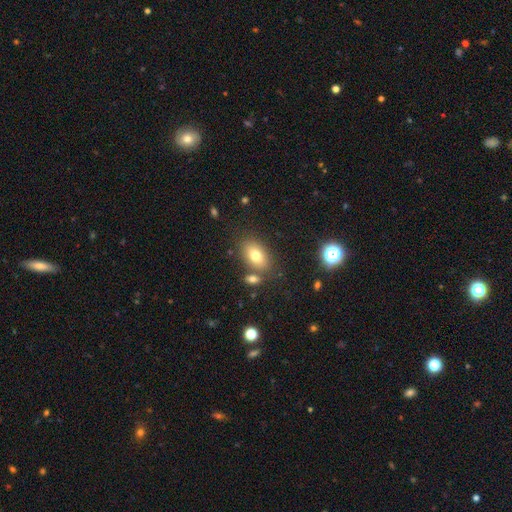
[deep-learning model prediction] A smooth galaxy with no disk features (76%) that is in between round and cigar-shaped (87%).

Vote fractions:
- Smooth or featured? smooth: 76% / featured or disk: 14% / star or artifact: 10%
- How rounded? in between: 87% / round: 12% / cigar-shaped: 2%
- Merging? none: 73% / merger: 12% / minor disturbance: 11% / major disturbance: 4%